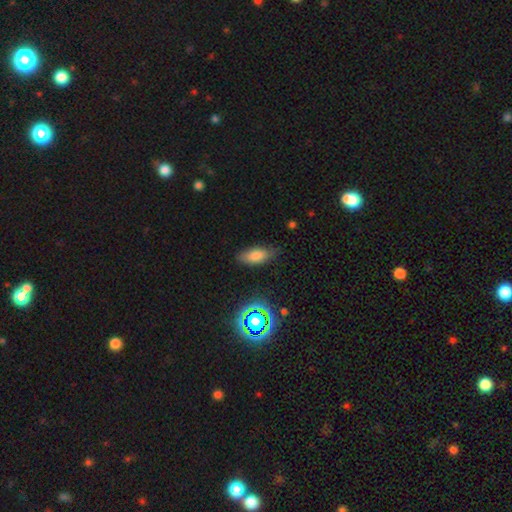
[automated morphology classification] smooth-or-featured: smooth: 77% | star or artifact: 12% | featured or disk: 12%
  how-rounded: in between: 84% | cigar-shaped: 14% | round: 3%
  merging: none: 76% | minor disturbance: 18% | major disturbance: 4% | merger: 2%